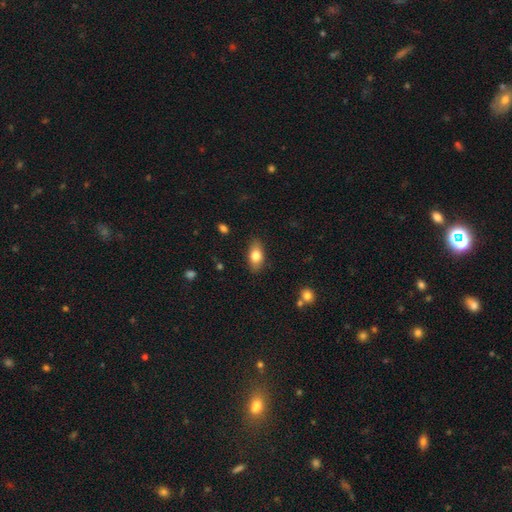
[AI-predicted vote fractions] A smooth galaxy with no disk features (79%) that is in between round and cigar-shaped (88%).

Vote fractions:
- Smooth or featured? smooth: 79% / featured or disk: 14% / star or artifact: 7%
- How rounded? in between: 88% / round: 6% / cigar-shaped: 6%
- Merging? none: 86% / minor disturbance: 10% / major disturbance: 2% / merger: 1%